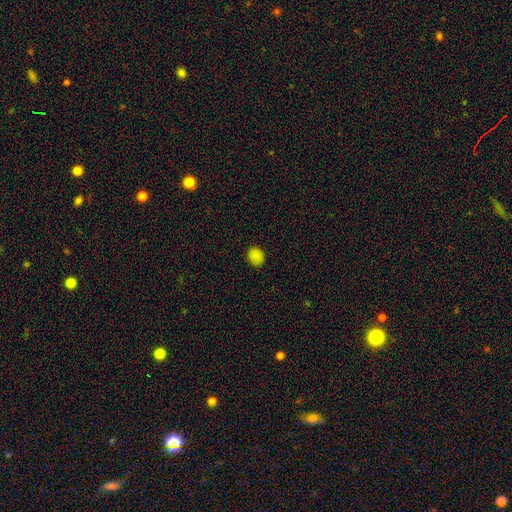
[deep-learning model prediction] Smooth or featured?
  - smooth: 84% *
  - star or artifact: 13%
  - featured or disk: 3%
How rounded?
  - round: 67% *
  - in between: 32%
  - cigar-shaped: 1%
Merging?
  - none: 88% *
  - minor disturbance: 9%
  - major disturbance: 2%
  - merger: 1%